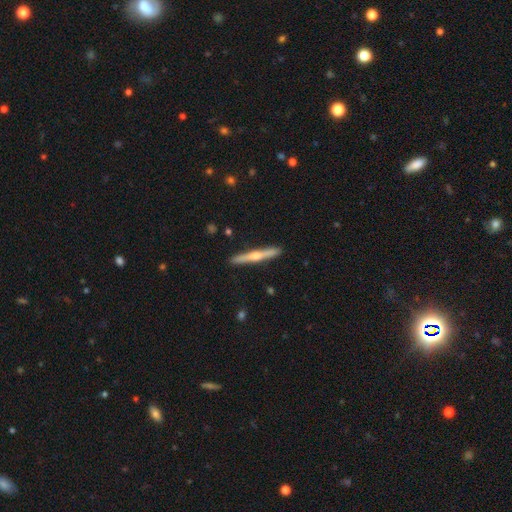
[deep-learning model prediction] Q: Smooth or featured?
A: featured or disk (64%); runner-up: smooth (31%)
Q: Edge-on disk?
A: yes (98%); runner-up: no (2%)
Q: Edge-on bulge?
A: rounded (87%); runner-up: none (8%)
Q: Merging?
A: none (91%); runner-up: minor disturbance (6%)